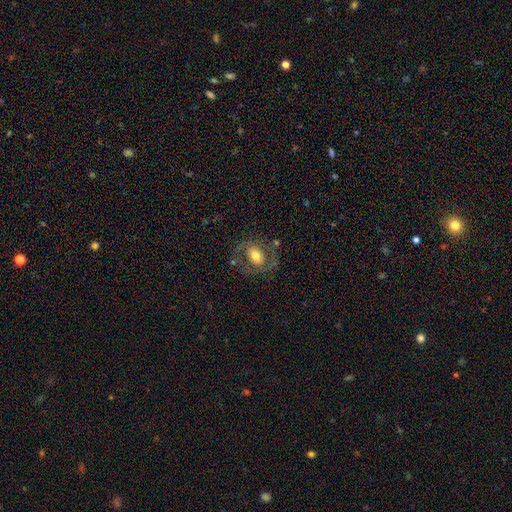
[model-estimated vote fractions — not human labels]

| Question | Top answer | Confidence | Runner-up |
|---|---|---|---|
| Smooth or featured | featured or disk | 48% | smooth (44%) |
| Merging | none | 62% | minor disturbance (18%) |